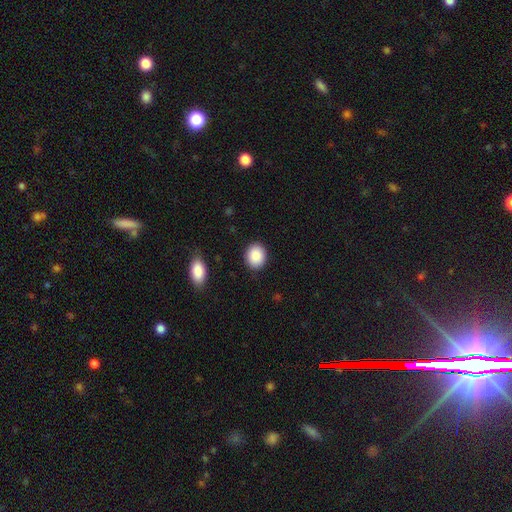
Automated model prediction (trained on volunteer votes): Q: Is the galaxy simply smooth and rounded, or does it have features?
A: smooth — 88%.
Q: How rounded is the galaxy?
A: round — 57%.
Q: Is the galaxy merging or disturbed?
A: none — 89%.